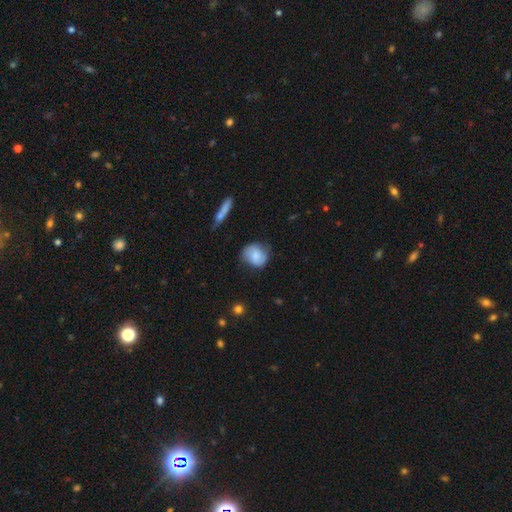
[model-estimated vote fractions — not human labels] This is likely a smooth galaxy (69%). How rounded: likely round (70%). Merging: likely none (66%).